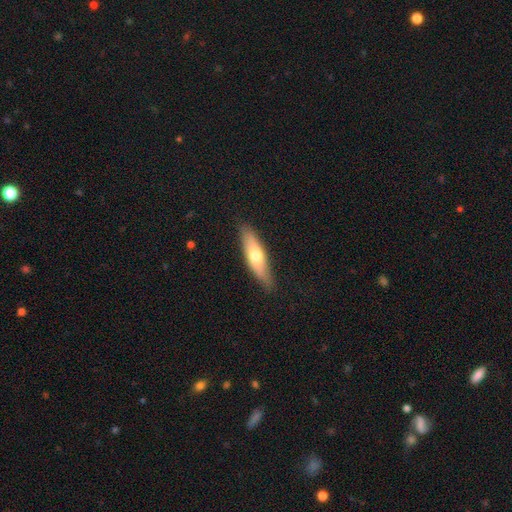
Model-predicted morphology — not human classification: Smooth or featured: smooth — 61% (featured or disk — 34%)
How rounded: cigar-shaped — 61% (in between — 37%)
Merging: none — 85% (minor disturbance — 12%)